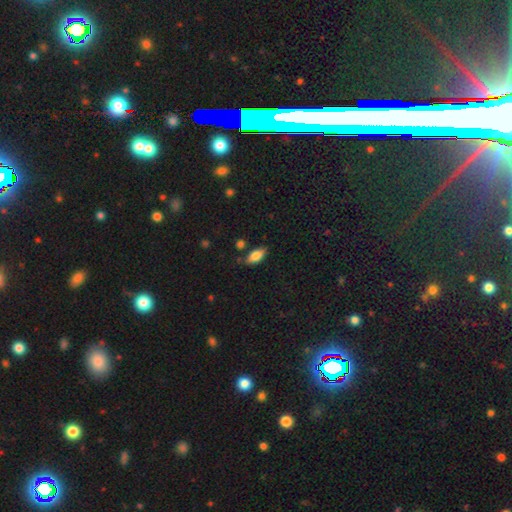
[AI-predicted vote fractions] This appears to be a smooth galaxy with no disk features (76%) that is in between round and cigar-shaped (85%). Merging: none (76%).